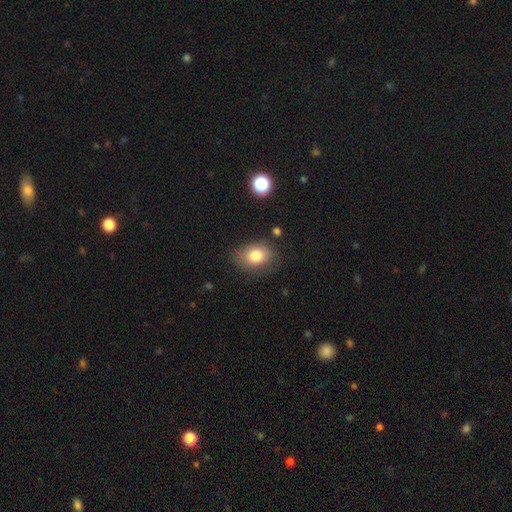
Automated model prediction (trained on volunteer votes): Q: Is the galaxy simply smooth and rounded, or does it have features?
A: smooth — 81%.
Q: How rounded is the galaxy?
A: in between — 70%.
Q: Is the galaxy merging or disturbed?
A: none — 76%.